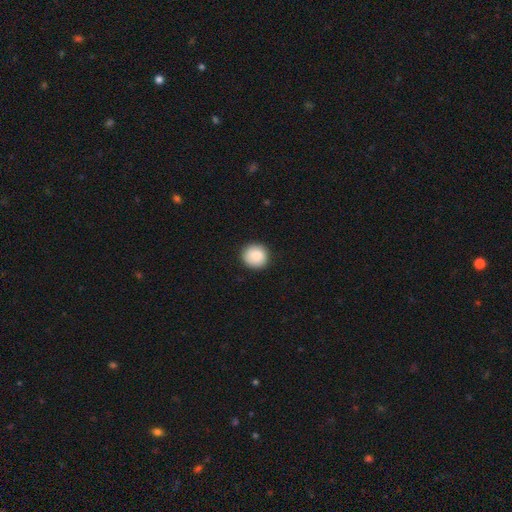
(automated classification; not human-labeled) The model was most divided on "smooth or featured": smooth: 87%, star or artifact: 7%, featured or disk: 6%. More confident: how rounded — round (93%); merging — none (90%).